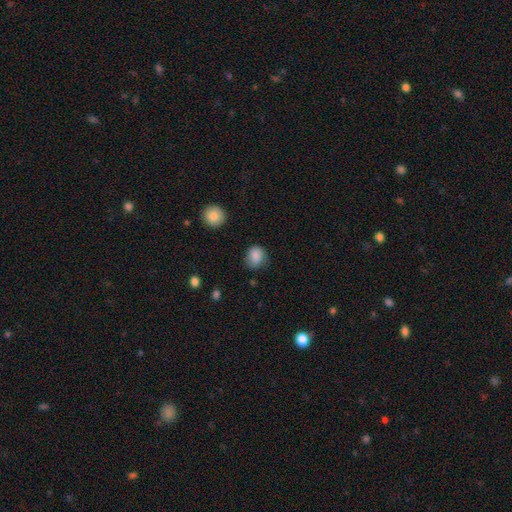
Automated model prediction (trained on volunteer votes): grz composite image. It shows a smooth galaxy with no disk features (86%) that is round (69%). Merging: none (71%).